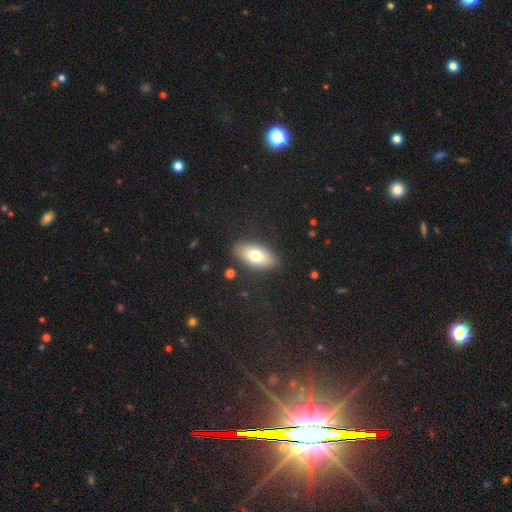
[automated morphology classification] This appears to be a smooth galaxy with no disk features (74%) that is in between round and cigar-shaped (90%). Merging: none (87%).